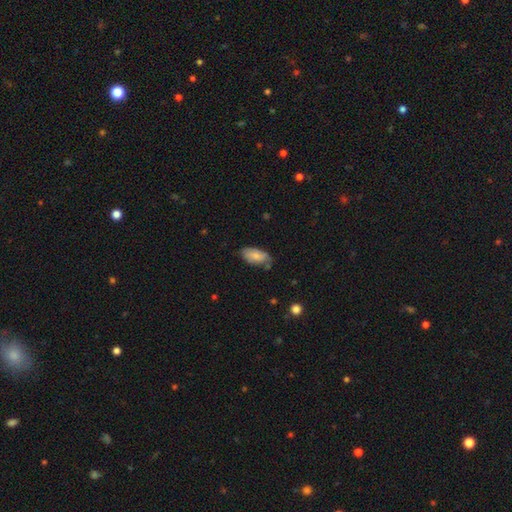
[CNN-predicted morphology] Smooth or featured? smooth (76%)
How rounded? in between (92%)
Merging? none (61%)